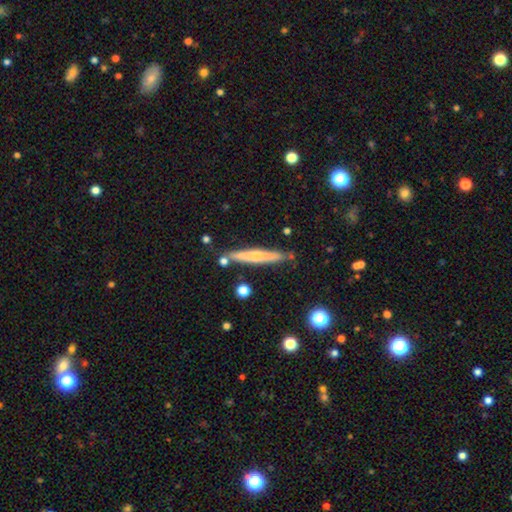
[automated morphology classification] Smooth or featured? Predicted: featured or disk (p=0.60). Edge-on disk? Predicted: yes (p=0.95). Edge-on bulge? Predicted: rounded (p=0.77). Merging? Predicted: none (p=0.84).